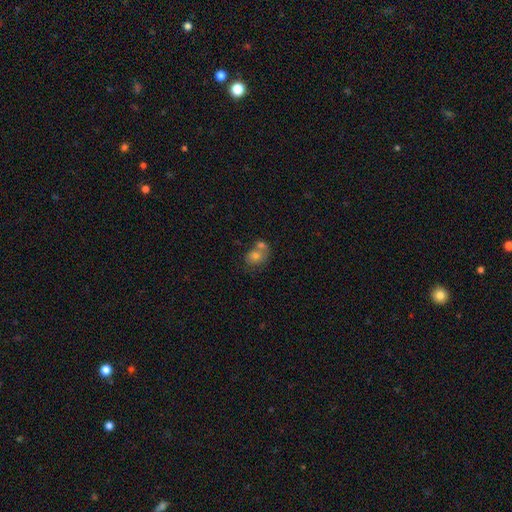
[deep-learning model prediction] Smooth or featured: smooth — 68% (featured or disk — 21%)
How rounded: round — 52% (in between — 47%)
Merging: merger — 53% (none — 31%)